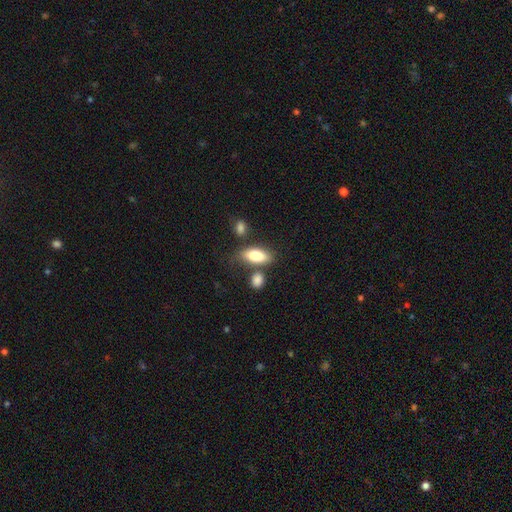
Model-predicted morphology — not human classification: Smooth or featured? Predicted: smooth (p=0.82). How rounded? Predicted: in between (p=0.84). Merging? Predicted: none (p=0.60).